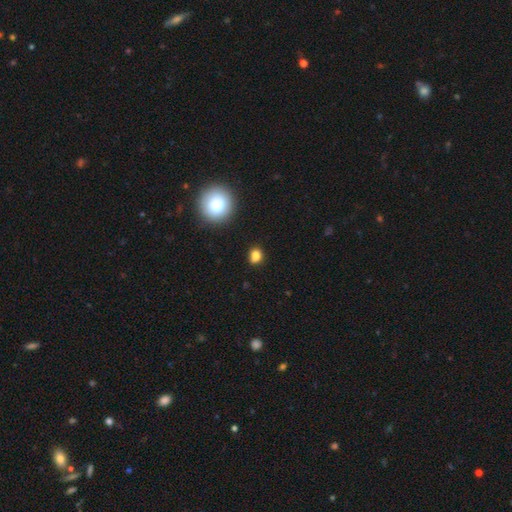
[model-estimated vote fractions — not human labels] Q: Smooth or featured?
A: smooth (82%); runner-up: star or artifact (13%)
Q: How rounded?
A: round (57%); runner-up: in between (42%)
Q: Merging?
A: none (78%); runner-up: minor disturbance (12%)